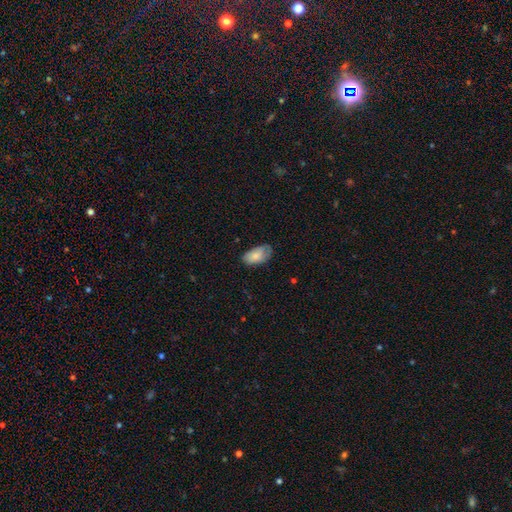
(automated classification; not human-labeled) Smooth or featured? smooth (78%)
How rounded? in between (94%)
Merging? none (59%)